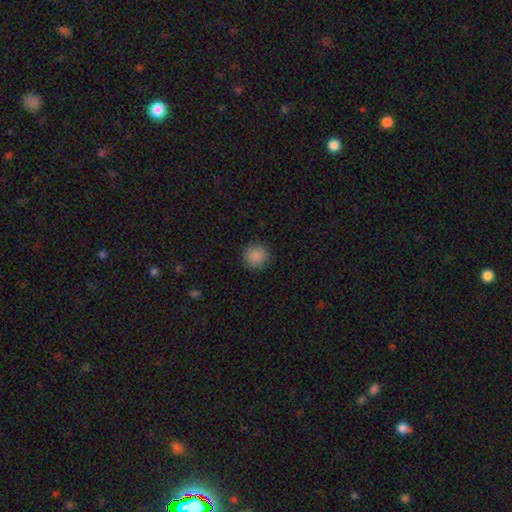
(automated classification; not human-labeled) The model was most divided on "smooth or featured": smooth: 88%, star or artifact: 10%, featured or disk: 3%. More confident: how rounded — round (95%); merging — none (91%).